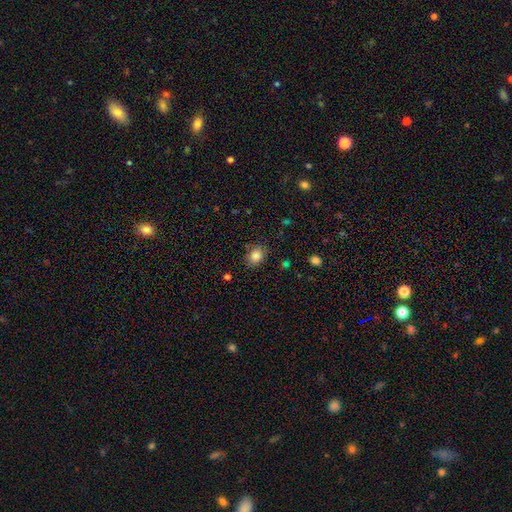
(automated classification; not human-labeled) Smooth or featured?
  - smooth: 85% *
  - star or artifact: 10%
  - featured or disk: 6%
How rounded?
  - in between: 57% *
  - round: 42%
  - cigar-shaped: 1%
Merging?
  - none: 80% *
  - minor disturbance: 15%
  - major disturbance: 4%
  - merger: 2%